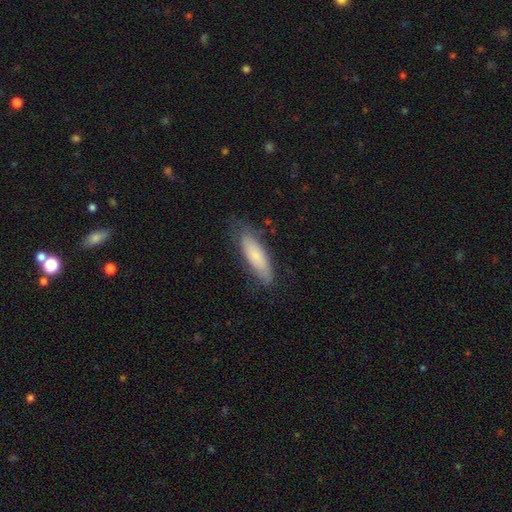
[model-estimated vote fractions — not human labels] Overall: smooth (67%). How rounded: cigar-shaped (54%; in between 44%). Merging: none (71%).